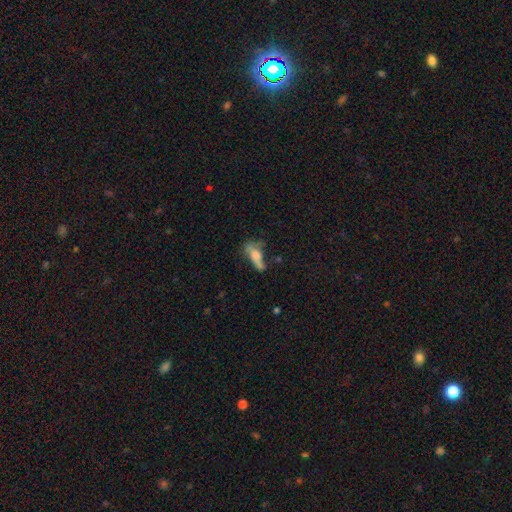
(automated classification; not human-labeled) Smooth or featured? smooth (51%)
How rounded? in between (61%)
Merging? major disturbance (33%)